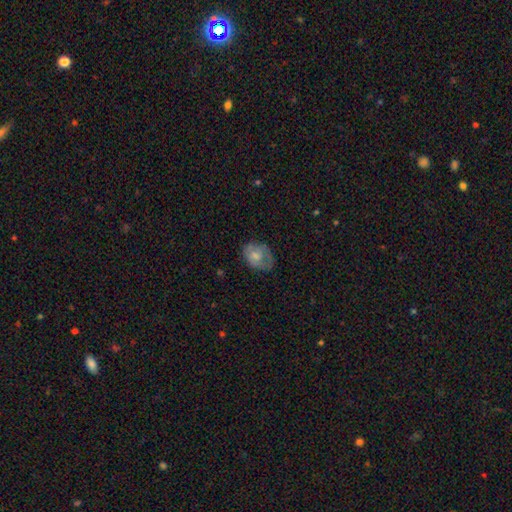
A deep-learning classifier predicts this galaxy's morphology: Smooth or featured? Predicted: smooth (p=0.59). How rounded? Predicted: in between (p=0.62). Merging? Predicted: none (p=0.49).